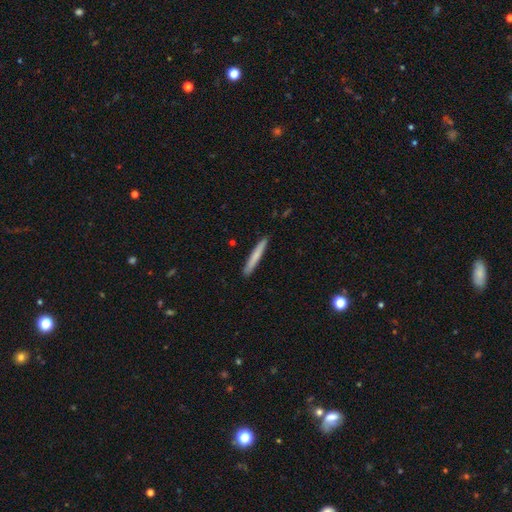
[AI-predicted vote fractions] This is likely a smooth galaxy (73%). How rounded: clearly cigar-shaped (96%). Merging: clearly none (91%).